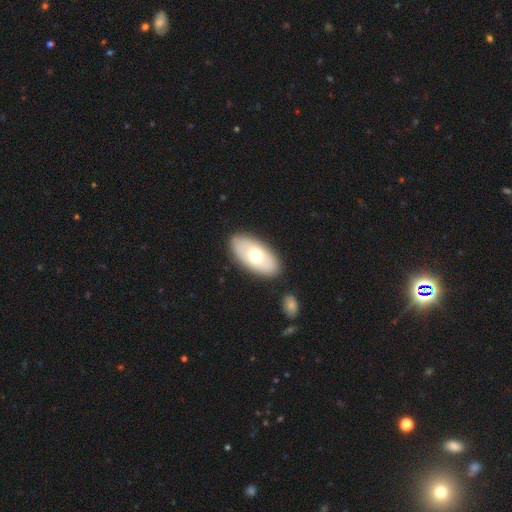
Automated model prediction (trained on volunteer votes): Smooth or featured? Predicted: smooth (p=0.57). How rounded? Predicted: in between (p=0.93). Merging? Predicted: none (p=0.86).